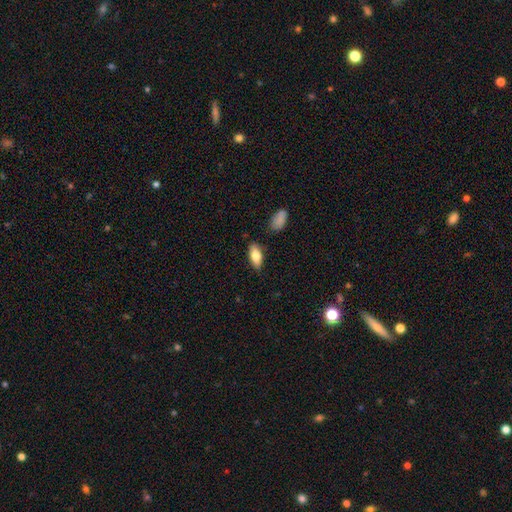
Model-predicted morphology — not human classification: This appears to be a smooth galaxy with no disk features (77%) that is in between round and cigar-shaped (86%). Merging: none (83%).